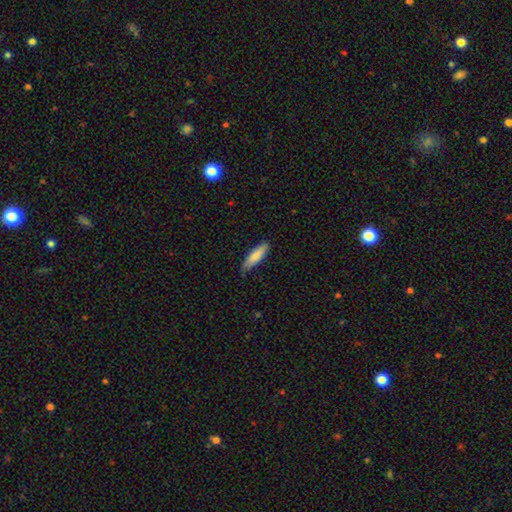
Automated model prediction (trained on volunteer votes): A smooth galaxy with no disk features (85%) that is cigar-shaped (64%). Merging: none (77%).